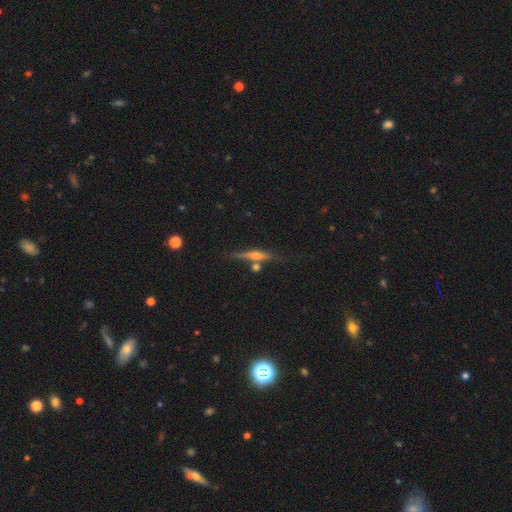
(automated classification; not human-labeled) Smooth or featured: featured or disk — 64% (smooth — 27%)
Edge-on disk: yes — 96% (no — 4%)
Edge-on bulge: rounded — 83% (none — 10%)
Merging: none — 72% (minor disturbance — 13%)